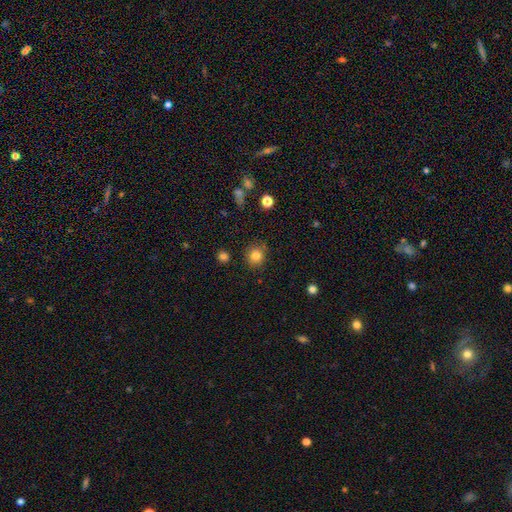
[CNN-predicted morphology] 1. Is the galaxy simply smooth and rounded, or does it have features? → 82% smooth, 12% star or artifact, 6% featured or disk.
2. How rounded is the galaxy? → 88% round, 11% in between, 1% cigar-shaped.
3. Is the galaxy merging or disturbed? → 85% none, 10% minor disturbance, 3% major disturbance, 2% merger.